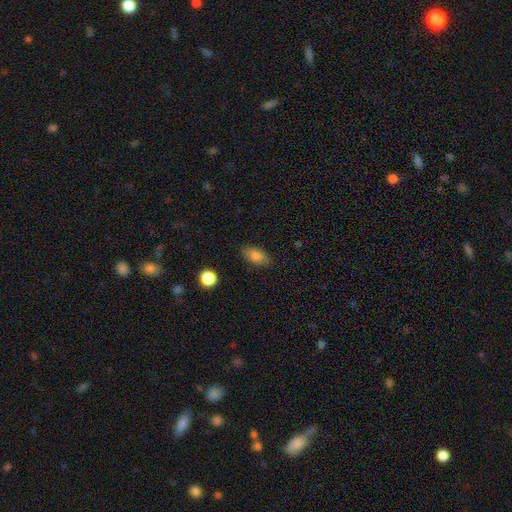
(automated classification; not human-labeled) The model was most divided on "merging": none: 84%, minor disturbance: 12%, major disturbance: 3%, merger: 1%. More confident: how rounded — in between (88%); smooth or featured — smooth (82%).